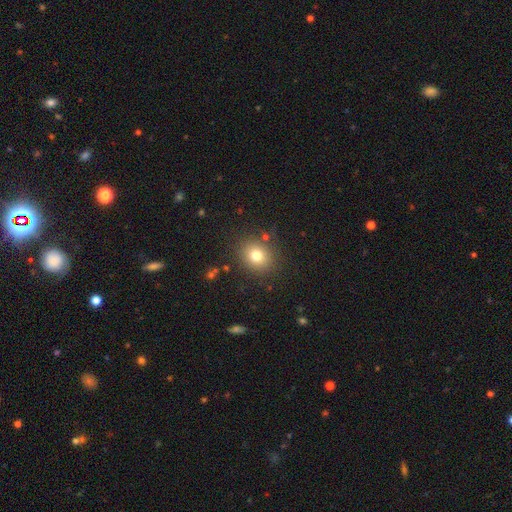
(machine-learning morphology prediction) A smooth galaxy with no disk features (77%) that is round (70%).

Vote fractions:
- Smooth or featured? smooth: 77% / star or artifact: 13% / featured or disk: 10%
- How rounded? round: 70% / in between: 29% / cigar-shaped: 1%
- Merging? none: 85% / minor disturbance: 9% / major disturbance: 3% / merger: 3%